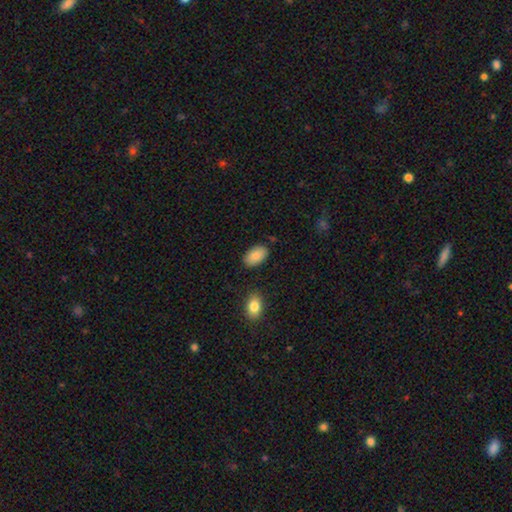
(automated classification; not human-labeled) Smooth or featured? smooth (88%)
How rounded? in between (94%)
Merging? none (83%)